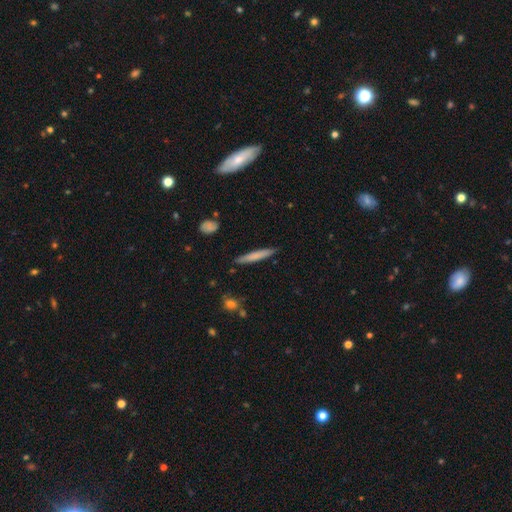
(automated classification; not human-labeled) This is likely a smooth galaxy (69%). How rounded: clearly cigar-shaped (95%). Merging: clearly none (88%).